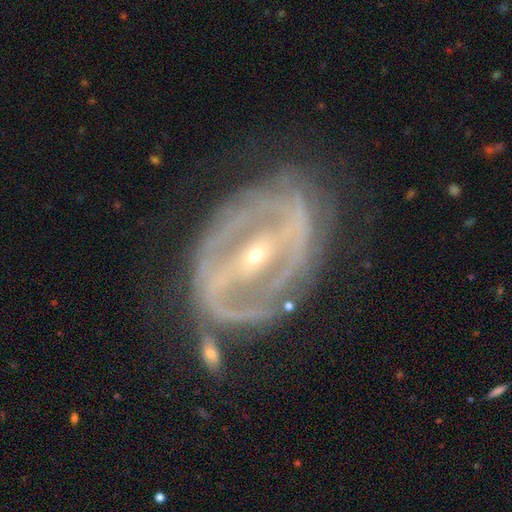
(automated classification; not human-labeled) Smooth or featured? Predicted: featured or disk (p=0.87). Edge-on disk? Predicted: no (p=0.95). Bar? Predicted: strong (p=0.63). Spiral arms? Predicted: yes (p=0.81). Spiral winding? Predicted: tight (p=0.51). Spiral arm count? Predicted: 2 (p=0.60). Bulge size? Predicted: small (p=0.78). Merging? Predicted: none (p=0.56).